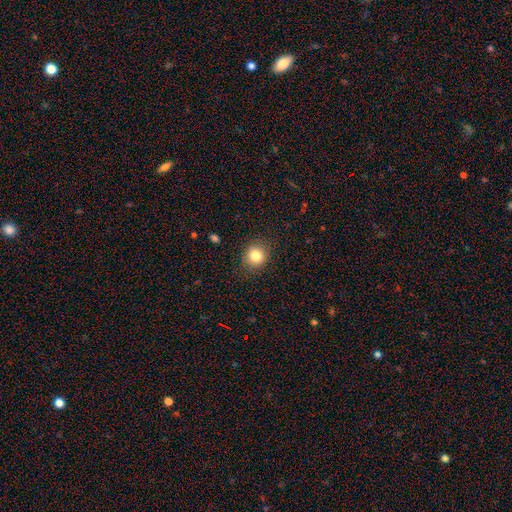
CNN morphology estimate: This appears to be a smooth galaxy with no disk features (82%) that is round (83%). Merging: none (88%).